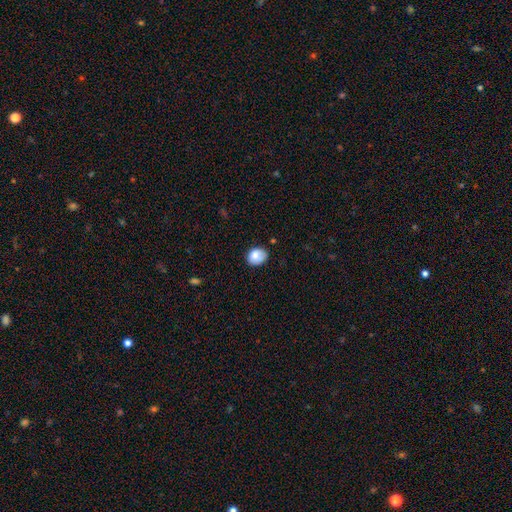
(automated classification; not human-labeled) A smooth galaxy with no disk features (80%) that is in between round and cigar-shaped (52%).

Vote fractions:
- Smooth or featured? smooth: 80% / featured or disk: 12% / star or artifact: 8%
- How rounded? in between: 52% / round: 47% / cigar-shaped: 1%
- Merging? none: 67% / minor disturbance: 25% / major disturbance: 5% / merger: 2%